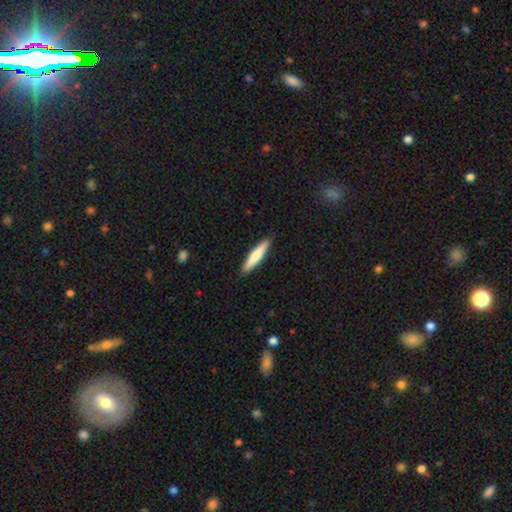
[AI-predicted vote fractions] This appears to be a smooth galaxy with no disk features (73%) that is cigar-shaped (89%). Merging: none (90%).